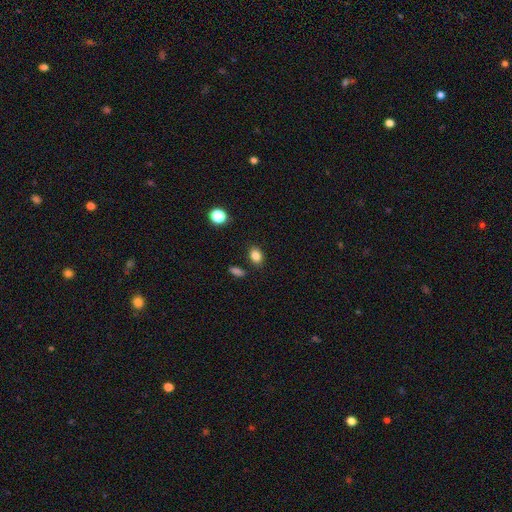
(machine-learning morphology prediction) Smooth or featured? smooth (84%)
How rounded? in between (71%)
Merging? none (83%)